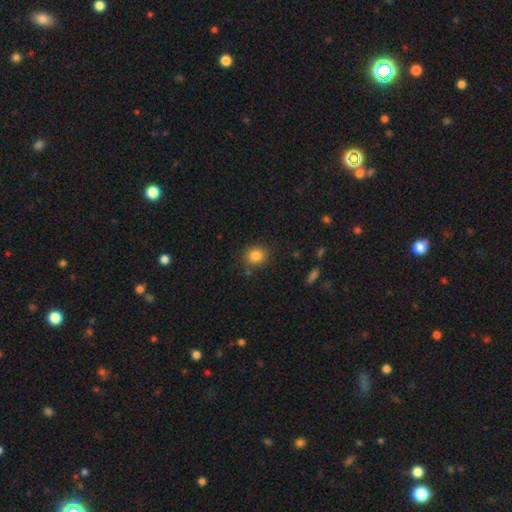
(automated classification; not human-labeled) smooth_or_featured: smooth (p=0.84) [alt: star or artifact p=0.11]
how_rounded: round (p=0.83) [alt: in between p=0.16]
merging: none (p=0.83) [alt: minor disturbance p=0.11]